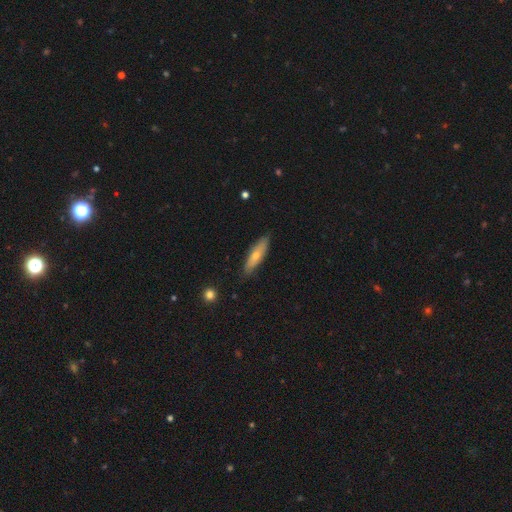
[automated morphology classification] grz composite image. It shows a smooth galaxy with no disk features (62%) that is cigar-shaped (61%). Merging: none (83%).